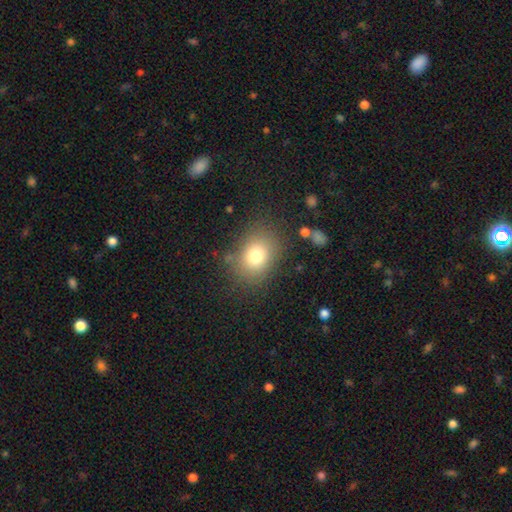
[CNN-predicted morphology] Smooth or featured: smooth — 77% (star or artifact — 12%)
How rounded: in between — 52% (round — 47%)
Merging: none — 79% (minor disturbance — 13%)